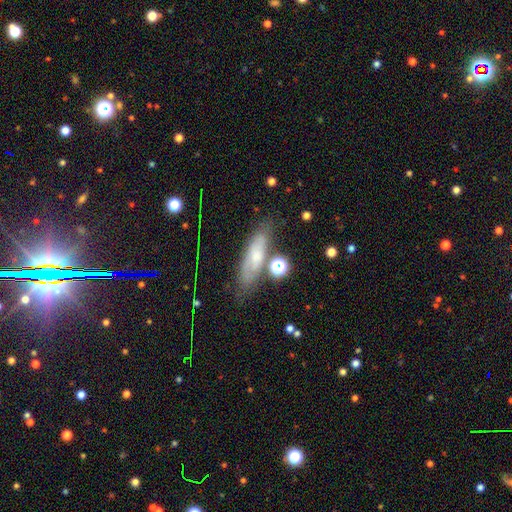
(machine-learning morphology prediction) Smooth or featured?
  - smooth: 47% *
  - featured or disk: 38%
  - star or artifact: 15%
Merging?
  - none: 70% *
  - minor disturbance: 18%
  - major disturbance: 7%
  - merger: 5%